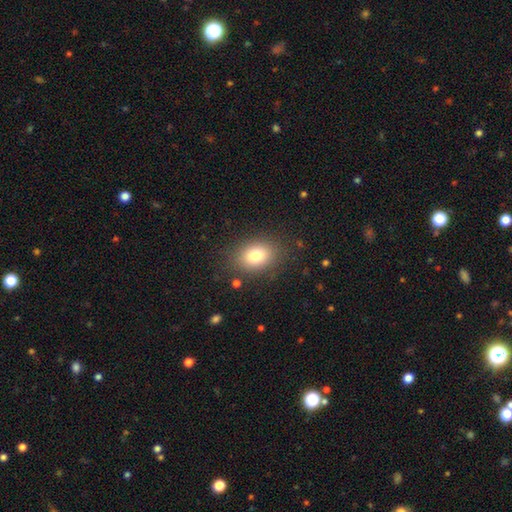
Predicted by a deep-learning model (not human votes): This appears to be a smooth galaxy with no disk features (79%) that is in between round and cigar-shaped (65%). Merging: none (83%).